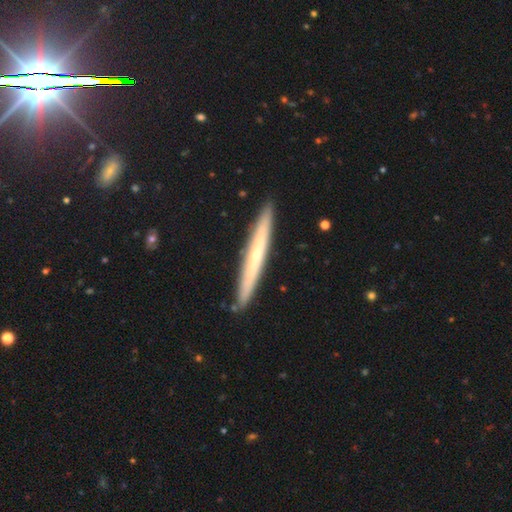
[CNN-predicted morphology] Smooth or featured? Predicted: featured or disk (p=0.56). Edge-on disk? Predicted: yes (p=0.93). Edge-on bulge? Predicted: none (p=0.62). Merging? Predicted: none (p=0.90).